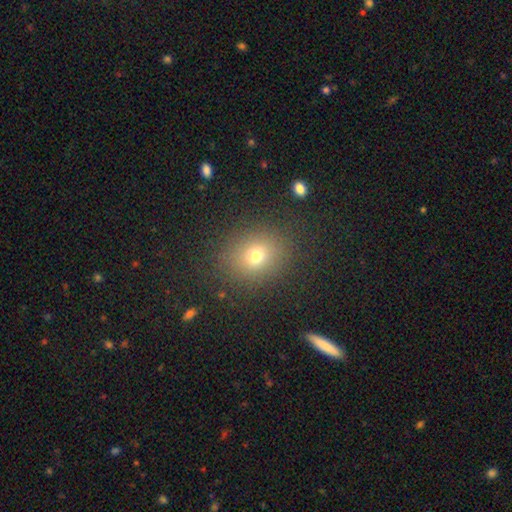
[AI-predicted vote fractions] smooth-or-featured: smooth: 70% | star or artifact: 18% | featured or disk: 12%
  how-rounded: round: 63% | in between: 36% | cigar-shaped: 1%
  merging: none: 84% | minor disturbance: 9% | major disturbance: 5% | merger: 1%